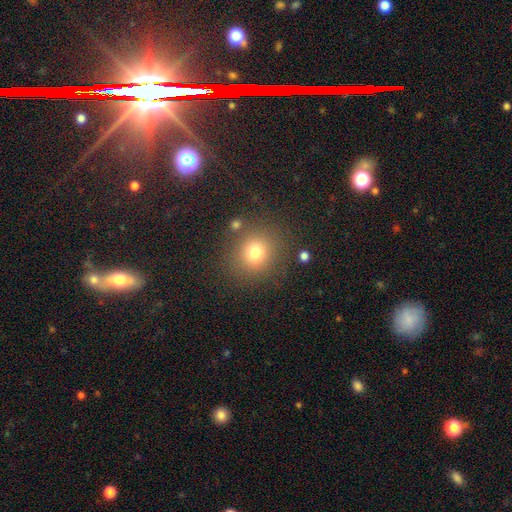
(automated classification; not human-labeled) smooth 75%, star or artifact 15%, featured or disk 10%. Down the decision tree: how rounded — round (82%); merging — none (79%).